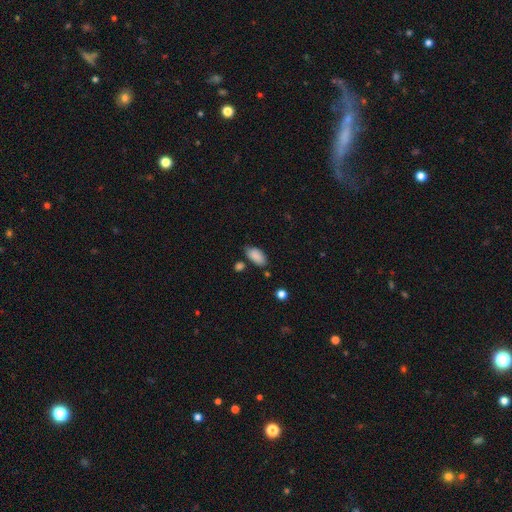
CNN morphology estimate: Smooth or featured: smooth — 87% (star or artifact — 8%)
How rounded: in between — 93% (cigar-shaped — 4%)
Merging: none — 70% (minor disturbance — 20%)